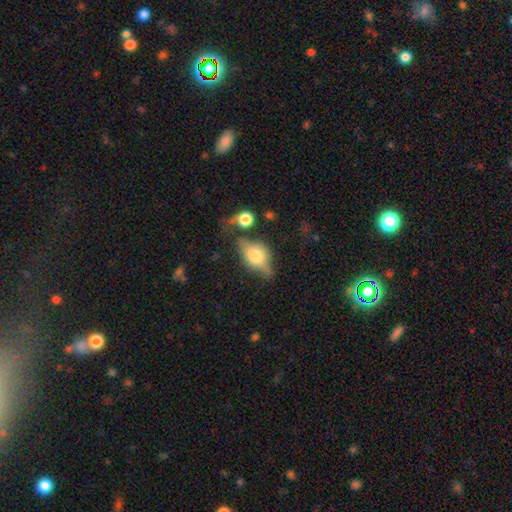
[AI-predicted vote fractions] Smooth or featured? smooth (53%)
How rounded? in between (77%)
Merging? none (44%)